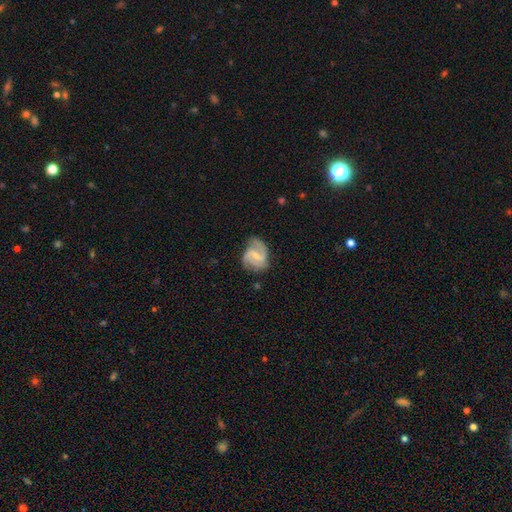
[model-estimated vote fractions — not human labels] smooth_or_featured: featured or disk (p=0.79) [alt: smooth p=0.16]
disk_edge_on: no (p=0.98) [alt: yes p=0.02]
bar: weak (p=0.55) [alt: strong p=0.23]
has_spiral_arms: yes (p=0.94) [alt: no p=0.06]
spiral_winding: medium (p=0.51) [alt: loose p=0.27]
spiral_arm_count: 2 (p=0.72) [alt: 3 p=0.12]
bulge_size: small (p=0.56) [alt: moderate p=0.35]
merging: none (p=0.62) [alt: minor disturbance p=0.25]